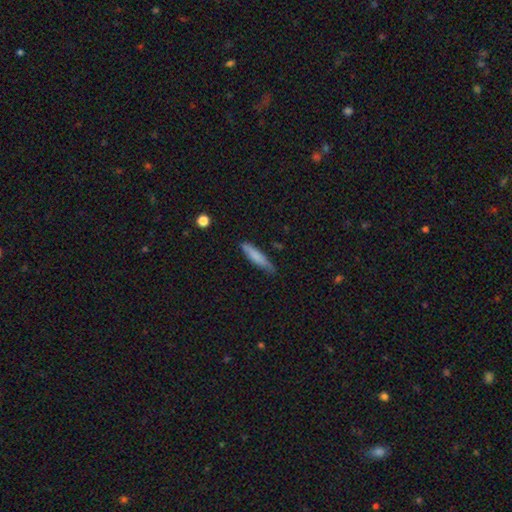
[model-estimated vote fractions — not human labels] This is likely a smooth galaxy (78%). How rounded: clearly cigar-shaped (86%). Merging: likely none (79%).